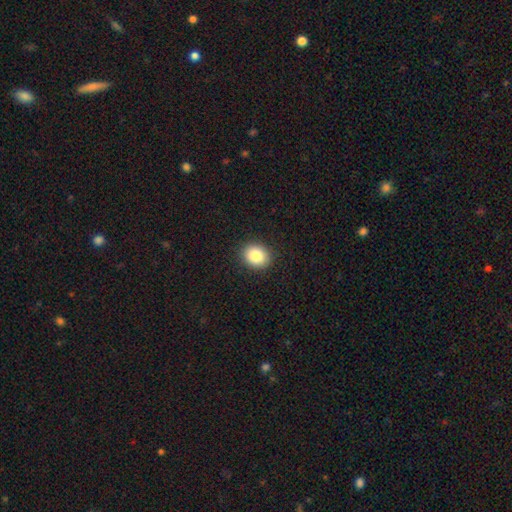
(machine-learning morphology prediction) smooth-or-featured: smooth: 85% | star or artifact: 9% | featured or disk: 6%
  how-rounded: round: 62% | in between: 37% | cigar-shaped: 1%
  merging: none: 90% | minor disturbance: 7% | major disturbance: 2% | merger: 1%